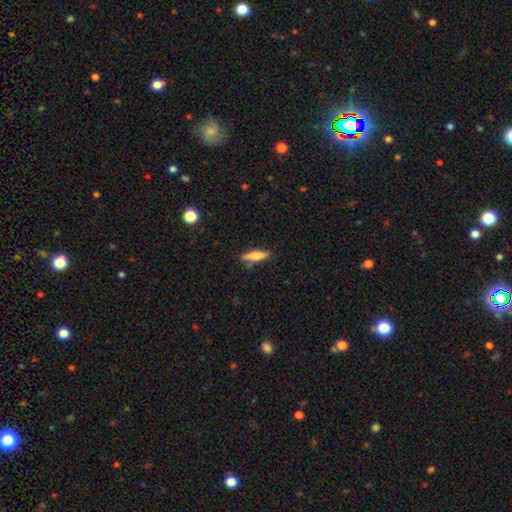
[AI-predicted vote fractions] The model was most divided on "smooth or featured": smooth: 61%, featured or disk: 32%, star or artifact: 7%. More confident: merging — none (83%); how rounded — cigar-shaped (67%).